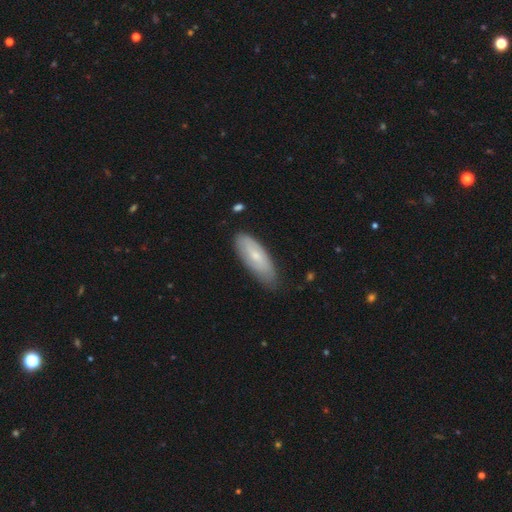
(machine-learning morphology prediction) Q: Smooth or featured?
A: smooth (62%); runner-up: featured or disk (32%)
Q: How rounded?
A: in between (67%); runner-up: cigar-shaped (31%)
Q: Merging?
A: none (70%); runner-up: minor disturbance (24%)